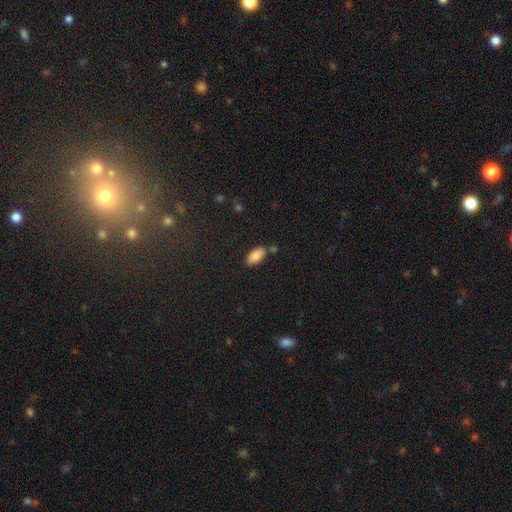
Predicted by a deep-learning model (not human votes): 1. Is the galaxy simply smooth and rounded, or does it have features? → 87% smooth, 8% star or artifact, 6% featured or disk.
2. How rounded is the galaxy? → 92% in between, 6% cigar-shaped, 2% round.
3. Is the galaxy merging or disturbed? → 77% none, 12% minor disturbance, 8% merger, 3% major disturbance.